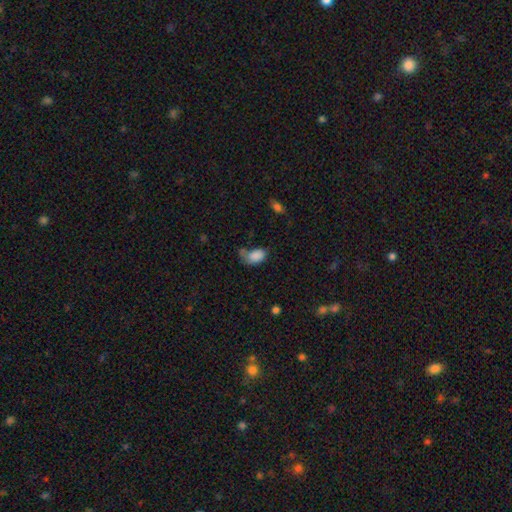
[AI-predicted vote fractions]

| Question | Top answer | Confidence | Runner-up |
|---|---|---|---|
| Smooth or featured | smooth | 84% | star or artifact (9%) |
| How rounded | in between | 89% | round (10%) |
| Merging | none | 42% | minor disturbance (26%) |